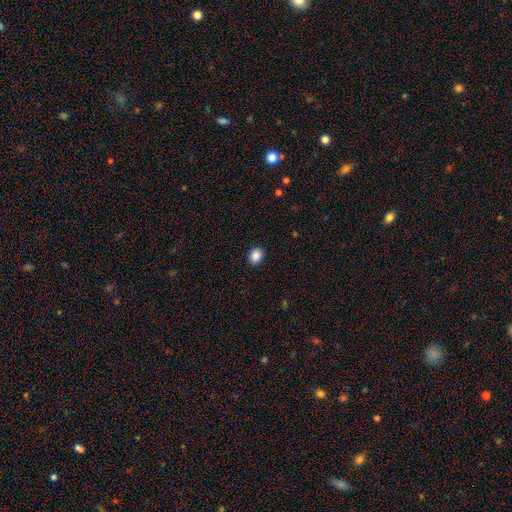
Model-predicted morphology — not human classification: Overall: smooth (88%). How rounded: round (50%; in between 49%). Merging: none (91%).